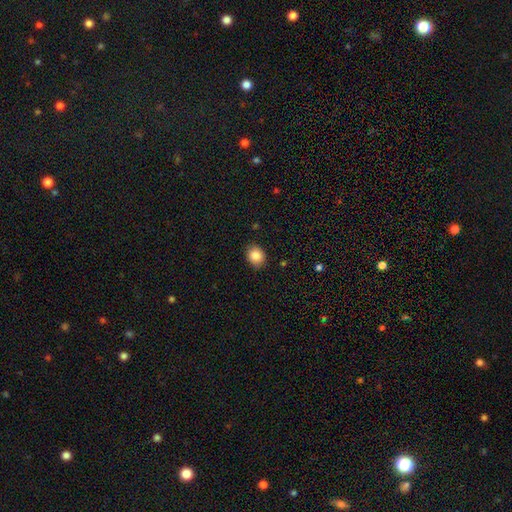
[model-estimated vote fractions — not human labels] Overall: smooth (86%). How rounded: round (50%; in between 49%). Merging: none (87%).